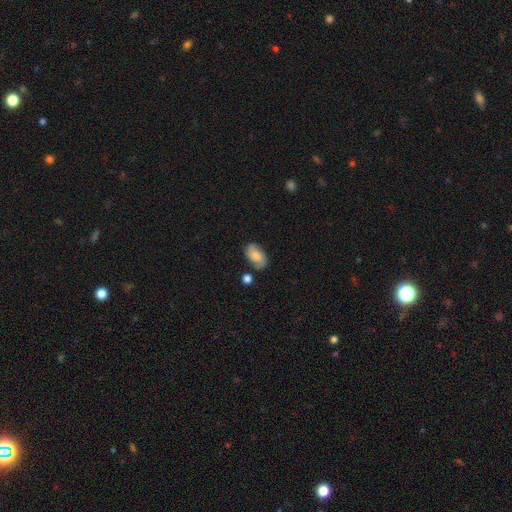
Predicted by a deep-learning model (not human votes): Morphology: type=smooth (53%); roundness=in between (90%); merging=none (67%).